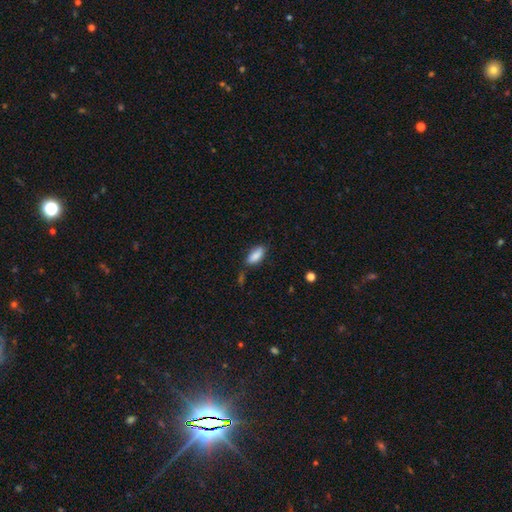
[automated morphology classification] This is clearly a smooth galaxy (87%). How rounded: clearly in between (81%). Merging: likely none (72%).